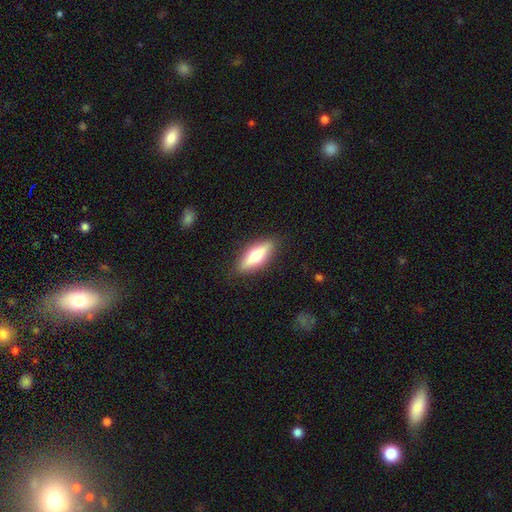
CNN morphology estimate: type=smooth (58%); roundness=in between (53%); merging=none (88%).